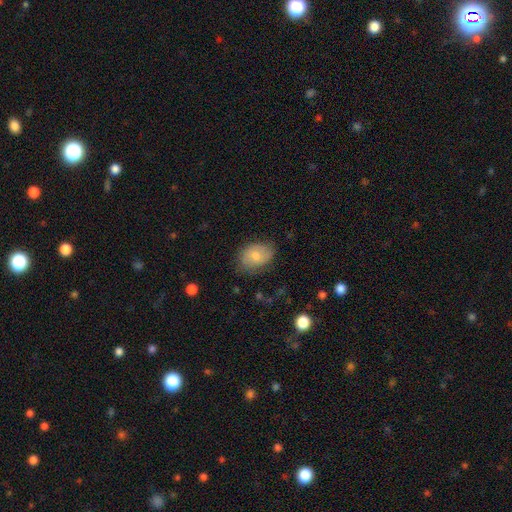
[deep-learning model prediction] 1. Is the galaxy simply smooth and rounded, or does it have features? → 73% smooth, 20% featured or disk, 7% star or artifact.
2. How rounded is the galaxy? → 77% in between, 21% round, 1% cigar-shaped.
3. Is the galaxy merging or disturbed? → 69% none, 24% minor disturbance, 6% major disturbance, 1% merger.